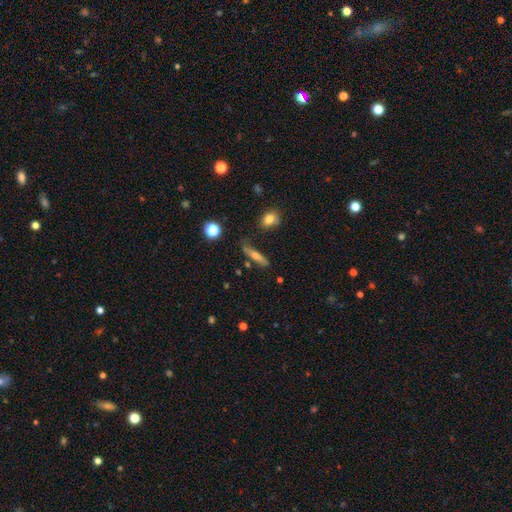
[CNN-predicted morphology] Overall: smooth (51%; featured or disk 38%). How rounded: cigar-shaped (82%). Merging: none (75%).